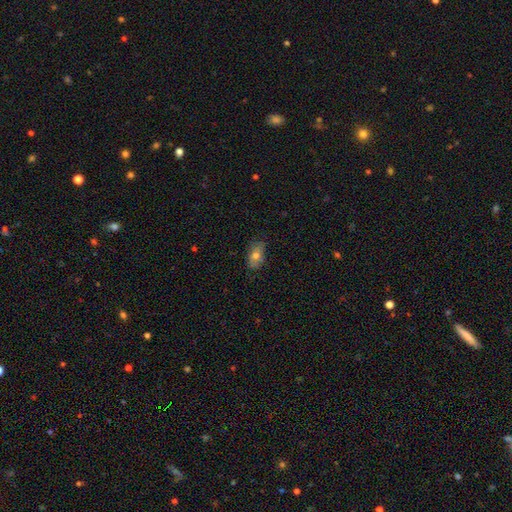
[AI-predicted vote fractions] The model was most divided on "smooth or featured": smooth: 72%, featured or disk: 19%, star or artifact: 9%. More confident: how rounded — in between (88%); merging — none (77%).